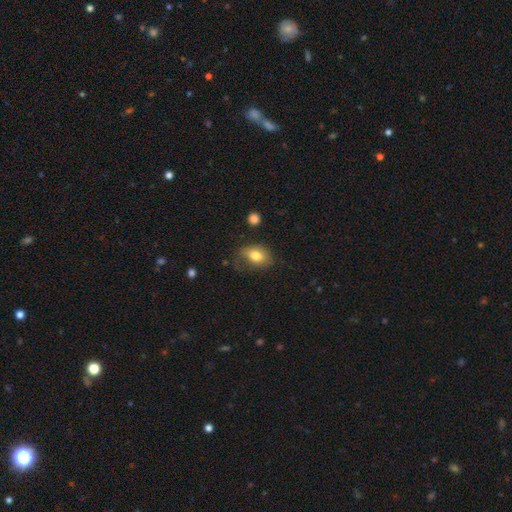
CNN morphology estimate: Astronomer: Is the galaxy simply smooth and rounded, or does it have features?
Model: smooth — 77%.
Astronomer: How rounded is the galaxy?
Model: in between — 79%.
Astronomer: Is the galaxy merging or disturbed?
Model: none — 51% (runner-up: minor disturbance, 30%).